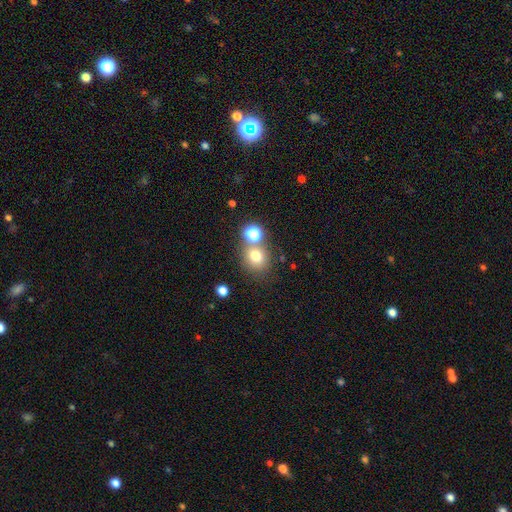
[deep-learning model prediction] This is likely a smooth galaxy (74%). How rounded: likely round (79%). Merging: likely none (66%).